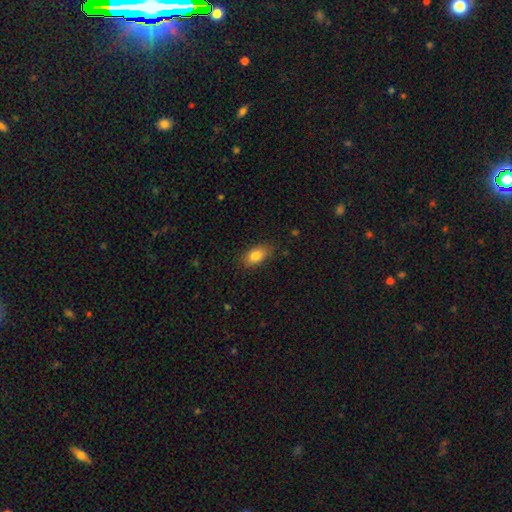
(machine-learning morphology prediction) Q: Smooth or featured?
A: smooth (83%); runner-up: featured or disk (9%)
Q: How rounded?
A: in between (88%); runner-up: round (8%)
Q: Merging?
A: none (82%); runner-up: minor disturbance (14%)